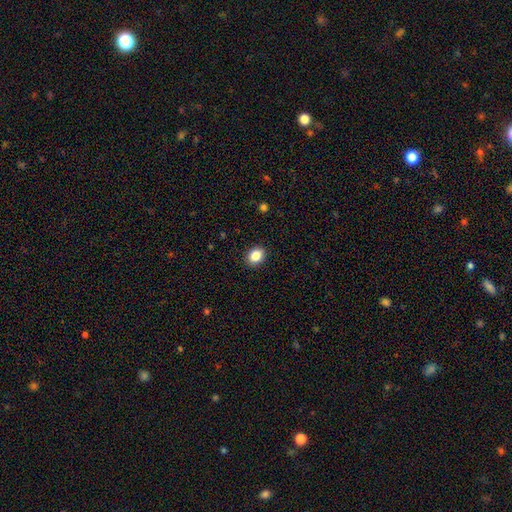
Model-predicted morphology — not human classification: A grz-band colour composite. It shows a smooth galaxy with no disk features (86%) that is in between round and cigar-shaped (54%). Merging: none (91%).